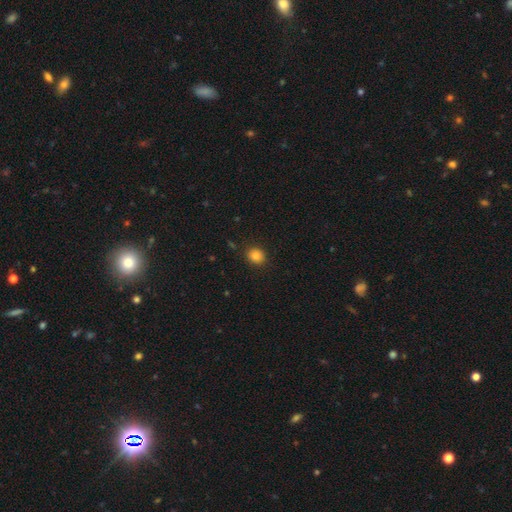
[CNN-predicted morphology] smooth 84%, star or artifact 11%, featured or disk 5%. Down the decision tree: how rounded — round (77%); merging — none (89%).